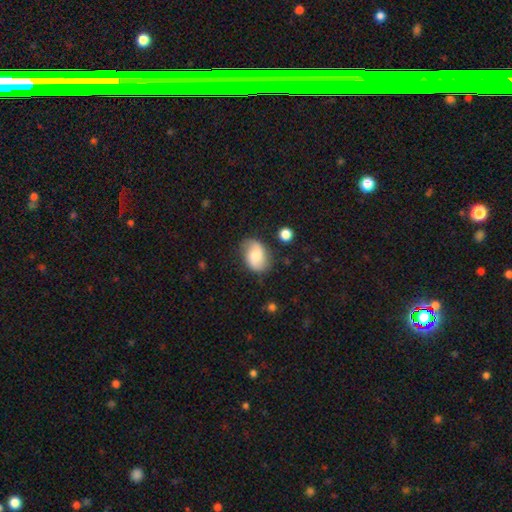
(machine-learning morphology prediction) This appears to be a smooth galaxy with no disk features (60%) that is in between round and cigar-shaped (77%). Merging: none (72%).